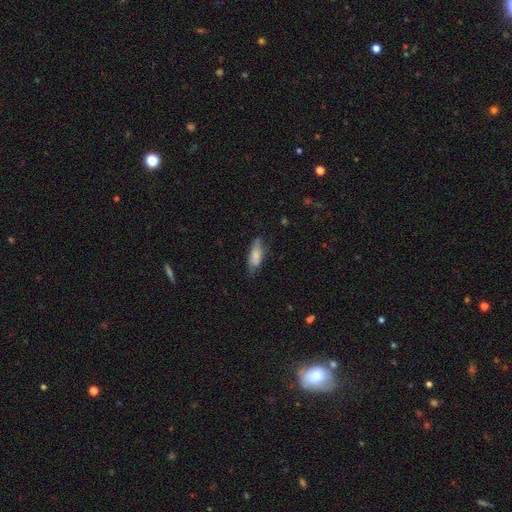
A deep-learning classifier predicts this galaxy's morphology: Q: Smooth or featured?
A: smooth (73%); runner-up: featured or disk (20%)
Q: How rounded?
A: in between (71%); runner-up: cigar-shaped (27%)
Q: Merging?
A: none (61%); runner-up: minor disturbance (30%)